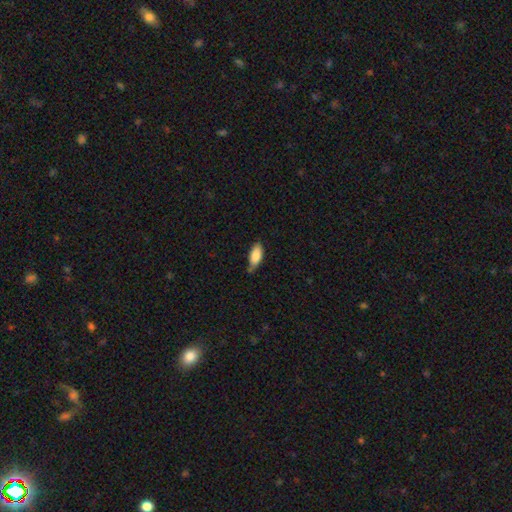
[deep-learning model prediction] smooth_or_featured: smooth (p=0.86) [alt: featured or disk p=0.08]
how_rounded: in between (p=0.86) [alt: cigar-shaped p=0.12]
merging: none (p=0.62) [alt: minor disturbance p=0.30]